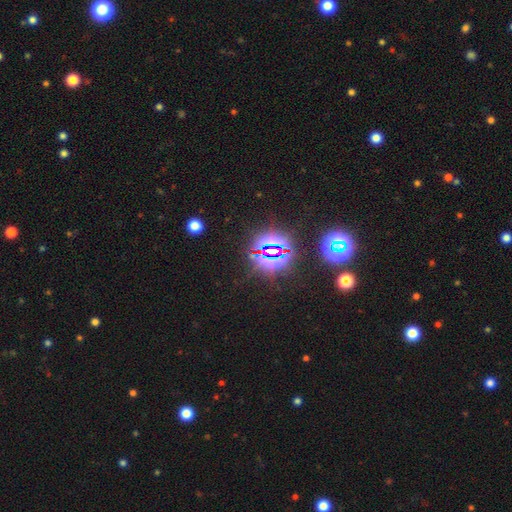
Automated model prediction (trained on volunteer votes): smooth-or-featured: star or artifact: 83% | smooth: 11% | featured or disk: 6%